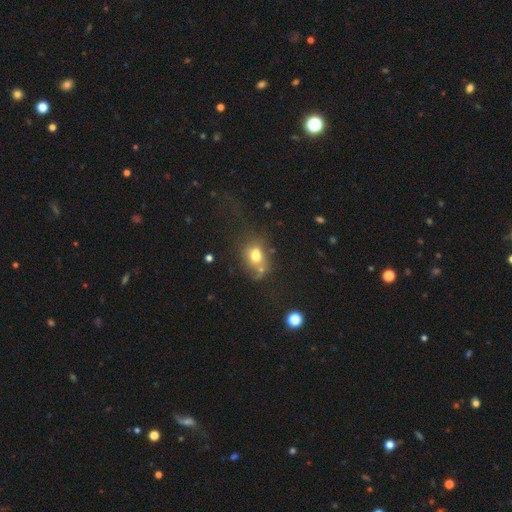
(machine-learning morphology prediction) Smooth or featured?
  - smooth: 69% *
  - featured or disk: 16%
  - star or artifact: 14%
How rounded?
  - in between: 53% *
  - round: 45%
  - cigar-shaped: 1%
Merging?
  - none: 43% *
  - merger: 22%
  - minor disturbance: 20%
  - major disturbance: 14%